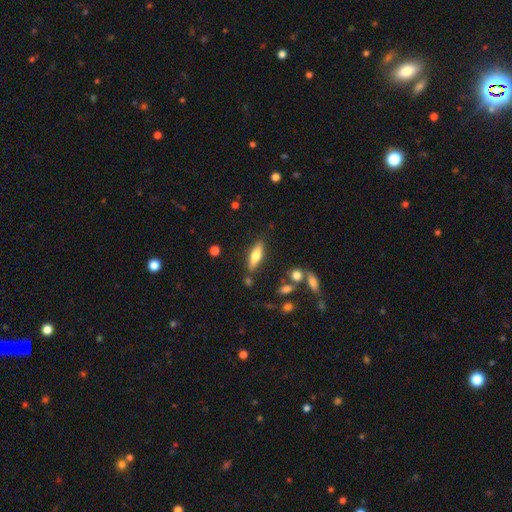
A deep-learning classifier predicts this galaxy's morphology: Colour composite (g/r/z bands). It shows a smooth galaxy with no disk features (57%) that is cigar-shaped (54%). Merging: none (82%).